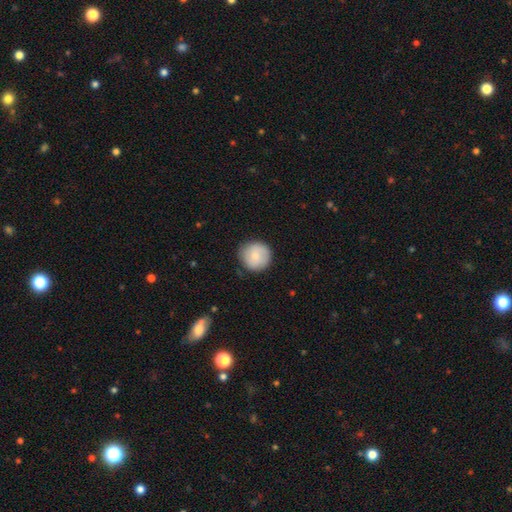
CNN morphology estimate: smooth 77%, featured or disk 16%, star or artifact 6%. Down the decision tree: how rounded — round (94%); merging — none (86%).